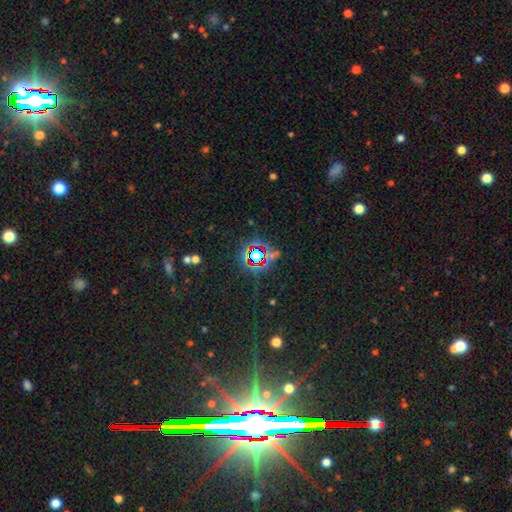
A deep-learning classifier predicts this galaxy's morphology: The model was most divided on "smooth or featured": star or artifact: 74%, smooth: 16%, featured or disk: 10%.